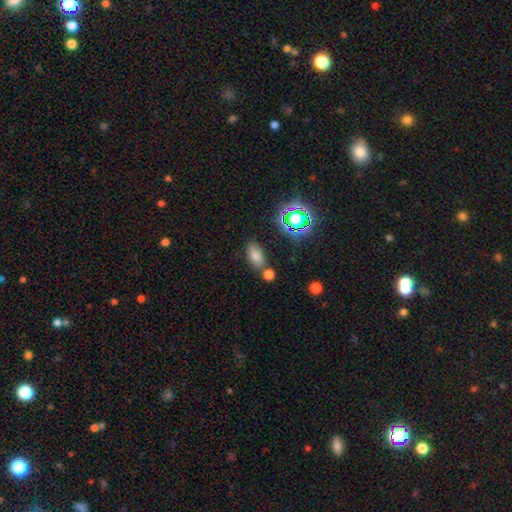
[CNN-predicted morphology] Overall: smooth (75%). How rounded: in between (88%). Merging: none (68%).